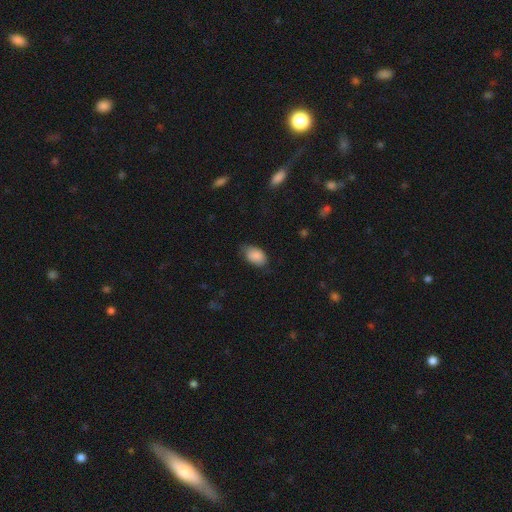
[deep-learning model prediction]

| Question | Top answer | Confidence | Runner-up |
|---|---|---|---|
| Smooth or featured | smooth | 86% | featured or disk (7%) |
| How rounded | in between | 91% | round (8%) |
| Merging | none | 69% | minor disturbance (25%) |